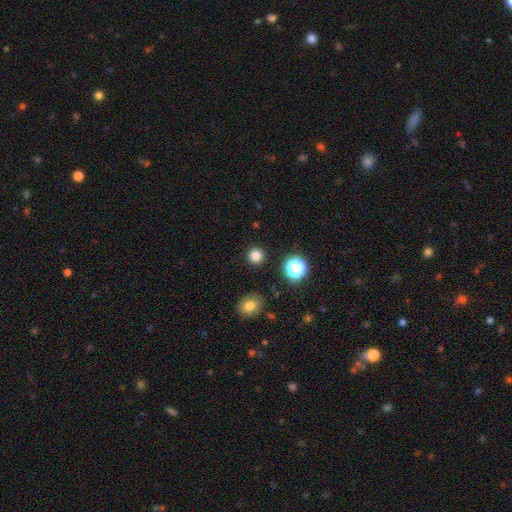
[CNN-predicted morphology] Smooth or featured? Predicted: smooth (p=0.80). How rounded? Predicted: round (p=0.94). Merging? Predicted: none (p=0.91).